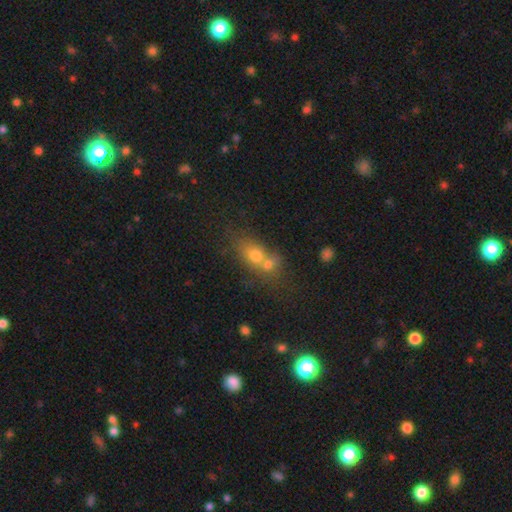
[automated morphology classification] Smooth or featured?
  - smooth: 66% *
  - featured or disk: 20%
  - star or artifact: 14%
How rounded?
  - in between: 55% *
  - round: 41%
  - cigar-shaped: 5%
Merging?
  - merger: 60% *
  - none: 27%
  - minor disturbance: 8%
  - major disturbance: 5%